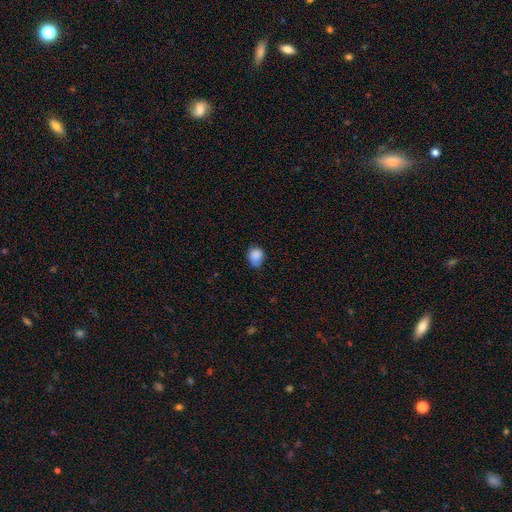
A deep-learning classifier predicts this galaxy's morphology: smooth 86%, star or artifact 9%, featured or disk 5%. Down the decision tree: how rounded — round (56%); merging — none (58%).